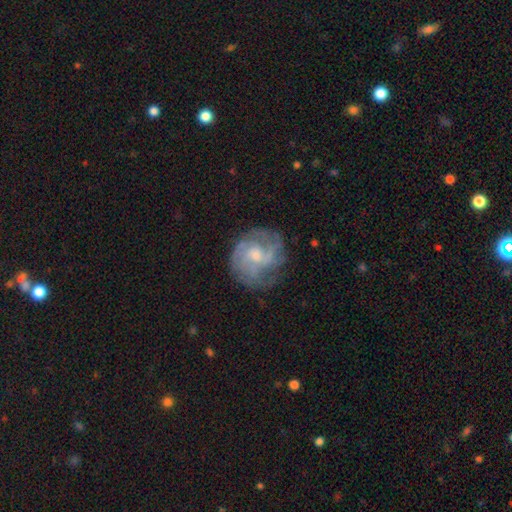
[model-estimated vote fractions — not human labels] This appears to be a featured or disk galaxy (73%) with no bar (64%), tight (43%) spiral arms (84%) and a moderate central bulge (49%). Merging: none (65%).